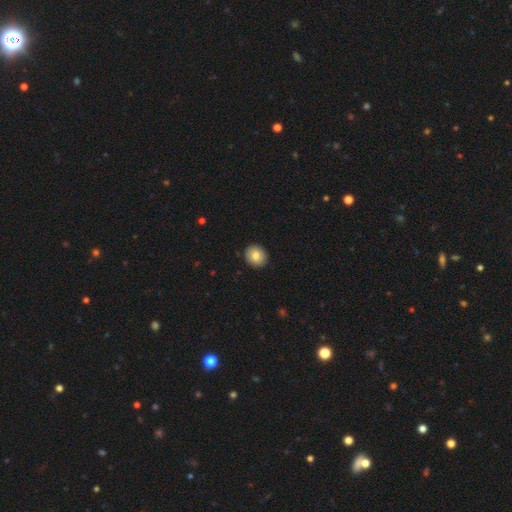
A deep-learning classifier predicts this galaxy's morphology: The model was most divided on "how rounded": round: 79%, in between: 20%, cigar-shaped: 1%. More confident: merging — none (91%); smooth or featured — smooth (83%).